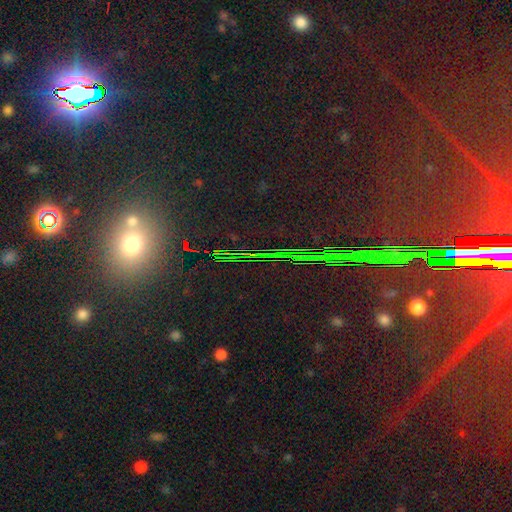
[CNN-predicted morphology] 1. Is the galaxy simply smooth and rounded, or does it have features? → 57% star or artifact, 33% smooth, 9% featured or disk.